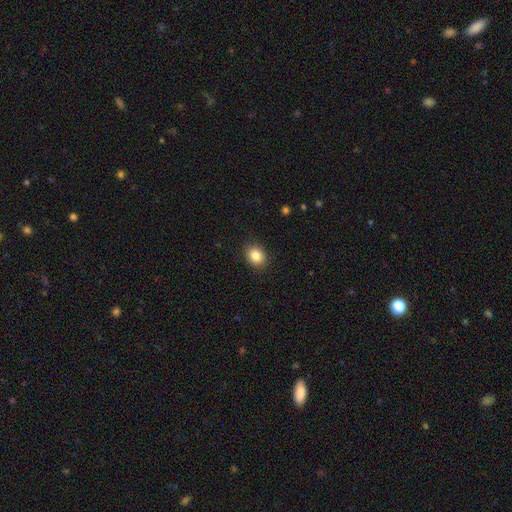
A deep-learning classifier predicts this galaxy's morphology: Smooth or featured?
  - smooth: 86% *
  - star or artifact: 9%
  - featured or disk: 5%
How rounded?
  - in between: 51% *
  - round: 48%
  - cigar-shaped: 1%
Merging?
  - none: 89% *
  - minor disturbance: 8%
  - major disturbance: 2%
  - merger: 1%